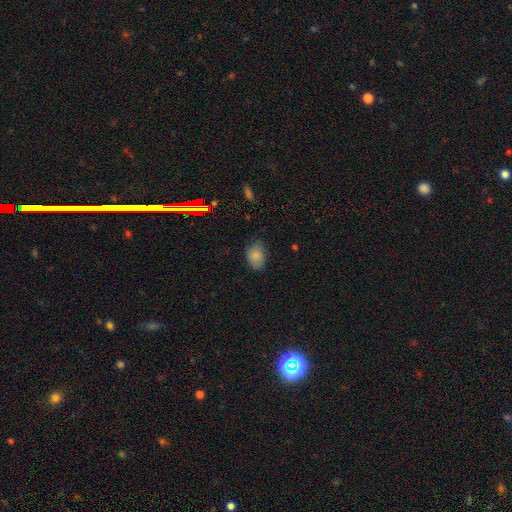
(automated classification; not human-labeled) Smooth or featured?
  - smooth: 82% *
  - star or artifact: 11%
  - featured or disk: 7%
How rounded?
  - in between: 78% *
  - round: 21%
  - cigar-shaped: 1%
Merging?
  - none: 70% *
  - minor disturbance: 24%
  - major disturbance: 5%
  - merger: 1%